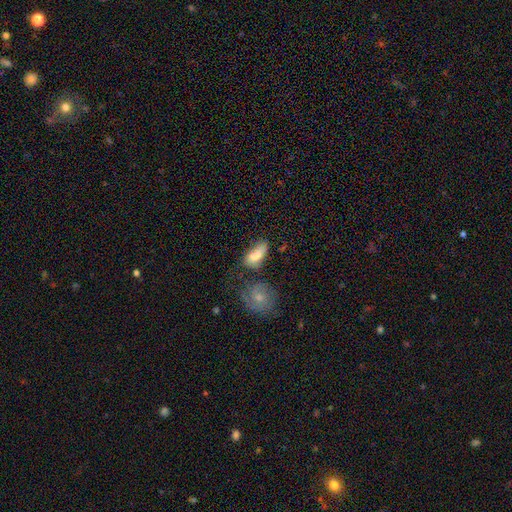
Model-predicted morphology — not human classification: type=smooth (74%); roundness=in between (82%); merging=none (35%).